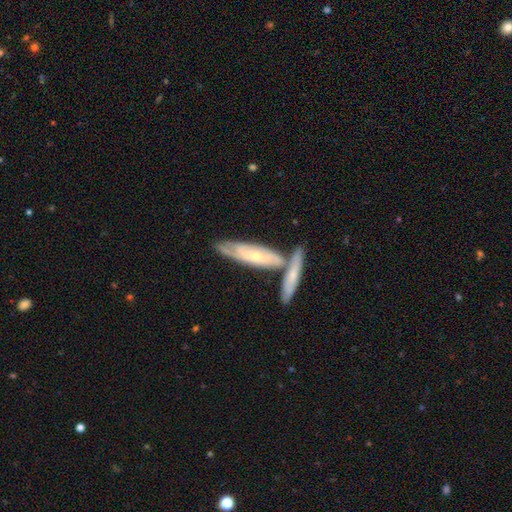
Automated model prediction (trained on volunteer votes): The model was most divided on "merging": none: 48%, merger: 35%, minor disturbance: 14%, major disturbance: 4%. More confident: smooth or featured — featured or disk (62%); edge-on disk — no (61%).